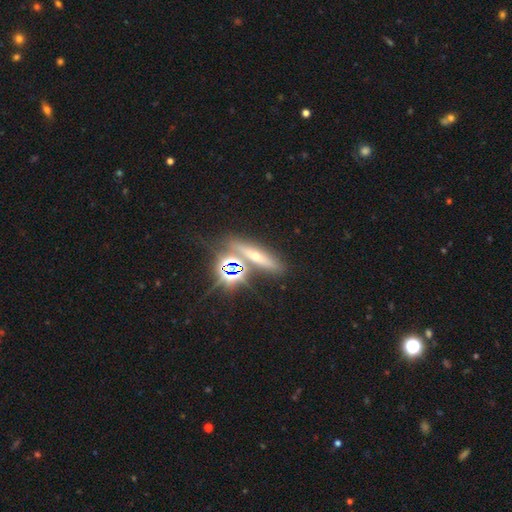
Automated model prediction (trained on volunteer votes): Morphology: type=star or artifact (39%).